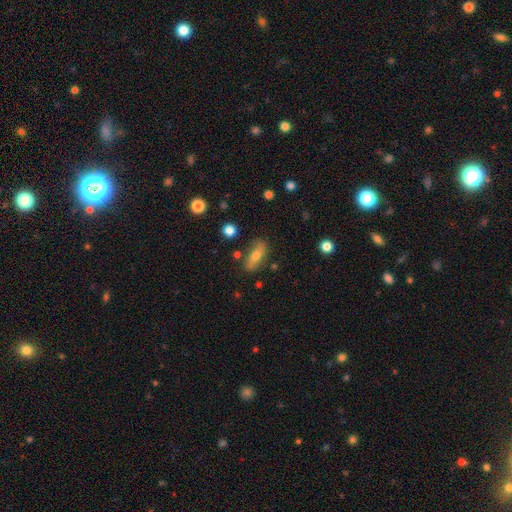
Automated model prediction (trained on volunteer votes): smooth 55%, featured or disk 35%, star or artifact 10%. Down the decision tree: how rounded — in between (65%); merging — none (77%).